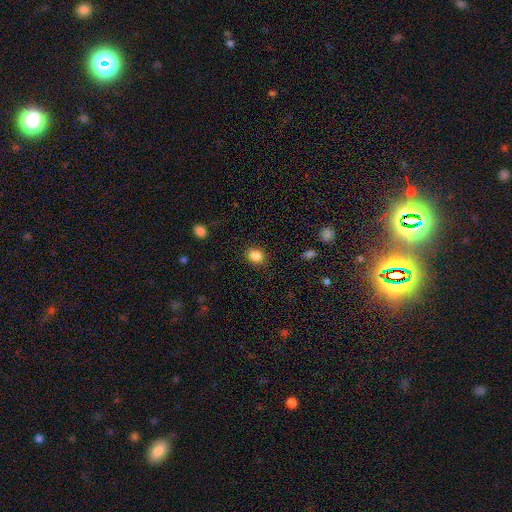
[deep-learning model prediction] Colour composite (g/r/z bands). It shows a smooth galaxy with no disk features (86%) that is round (60%). Merging: none (86%).